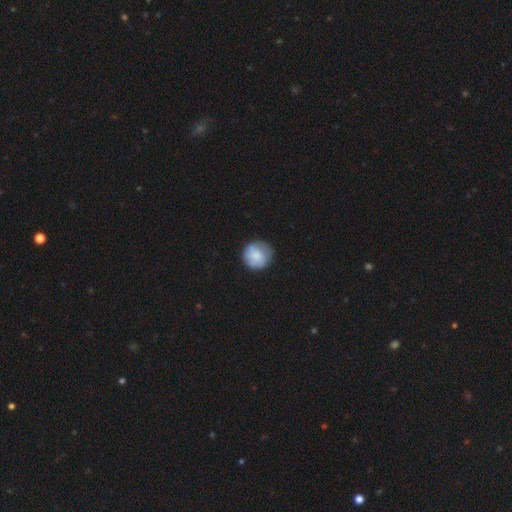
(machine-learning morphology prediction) Smooth or featured? Predicted: smooth (p=0.77). How rounded? Predicted: round (p=0.93). Merging? Predicted: none (p=0.79).